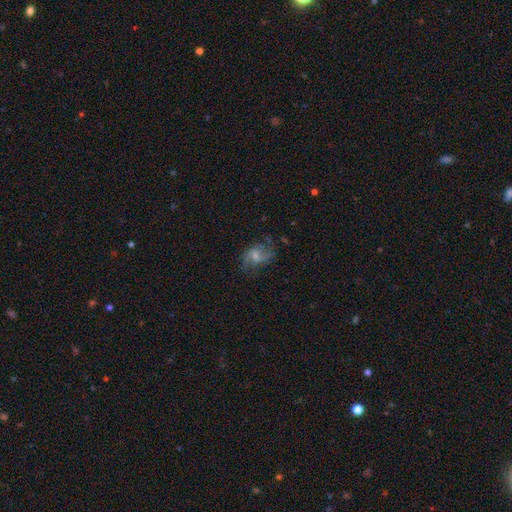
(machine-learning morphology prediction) smooth_or_featured: featured or disk (p=0.63) [alt: smooth p=0.27]
disk_edge_on: no (p=0.97) [alt: yes p=0.03]
bar: weak (p=0.47) [alt: no p=0.44]
has_spiral_arms: yes (p=0.81) [alt: no p=0.19]
bulge_size: small (p=0.40) [alt: moderate p=0.35]
merging: none (p=0.51) [alt: major disturbance p=0.24]